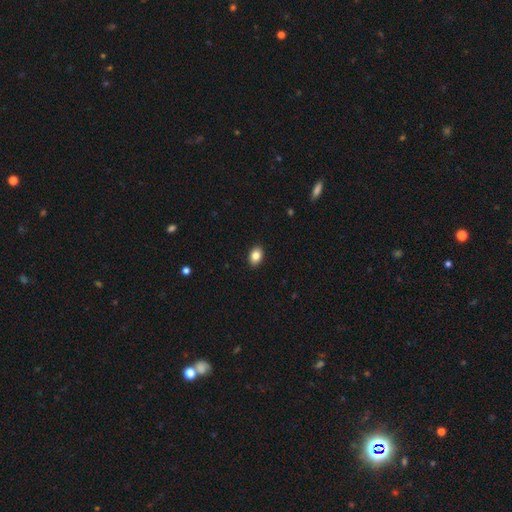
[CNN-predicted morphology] This is clearly a smooth galaxy (85%). How rounded: clearly in between (82%). Merging: clearly none (90%).